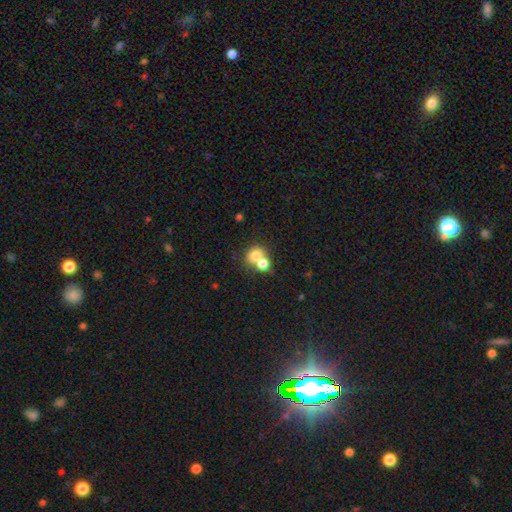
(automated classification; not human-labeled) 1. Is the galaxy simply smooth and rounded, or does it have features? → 75% smooth, 14% featured or disk, 12% star or artifact.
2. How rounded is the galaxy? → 56% round, 43% in between, 1% cigar-shaped.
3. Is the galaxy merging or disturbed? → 58% merger, 32% none, 7% minor disturbance, 4% major disturbance.